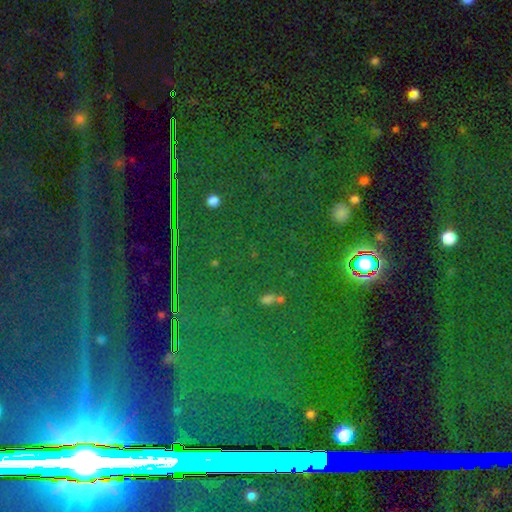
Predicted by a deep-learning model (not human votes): star or artifact 86%, smooth 7%, featured or disk 7%.